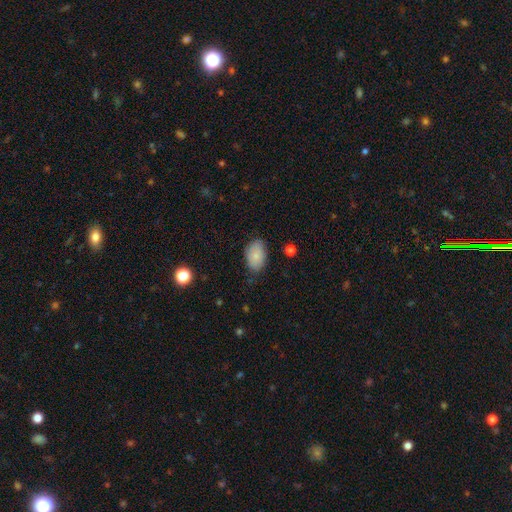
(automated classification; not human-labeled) This is clearly a smooth galaxy (81%). How rounded: clearly in between (89%). Merging: likely none (75%).